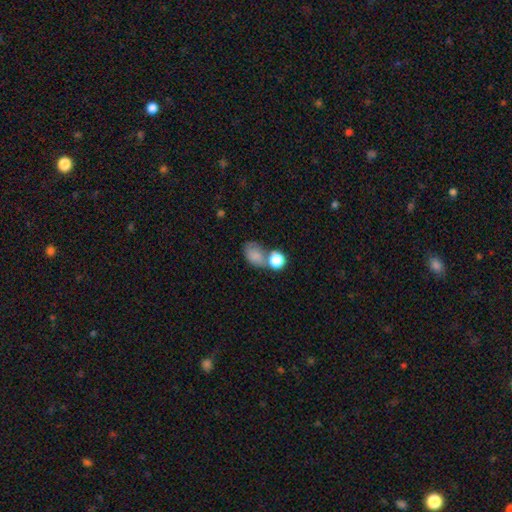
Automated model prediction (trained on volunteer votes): This is likely a smooth galaxy (79%). How rounded: likely in between (74%). Merging: marginally none (38%).